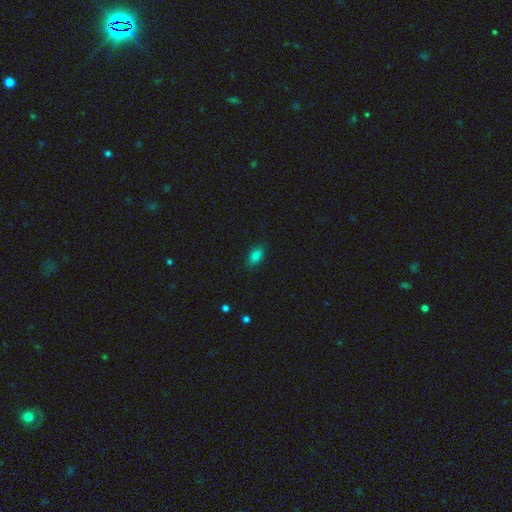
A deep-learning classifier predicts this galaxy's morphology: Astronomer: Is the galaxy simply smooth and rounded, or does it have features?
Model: smooth — 85%.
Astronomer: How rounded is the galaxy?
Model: in between — 90%.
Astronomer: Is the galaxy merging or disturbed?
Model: none — 86%.